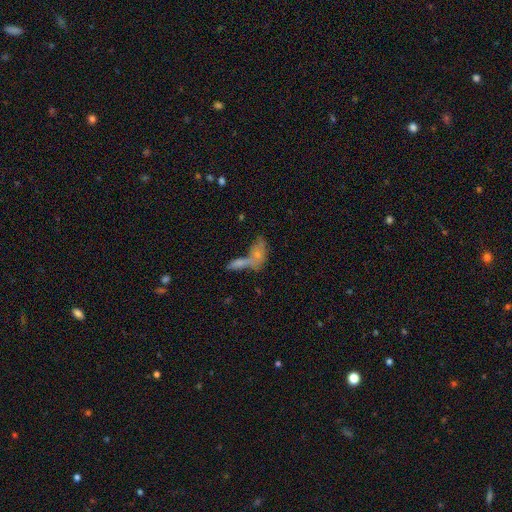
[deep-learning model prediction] A smooth galaxy with no disk features (57%) that is in between round and cigar-shaped (74%).

Vote fractions:
- Smooth or featured? smooth: 57% / featured or disk: 30% / star or artifact: 13%
- How rounded? in between: 74% / cigar-shaped: 17% / round: 9%
- Merging? merger: 53% / none: 29% / minor disturbance: 10% / major disturbance: 7%